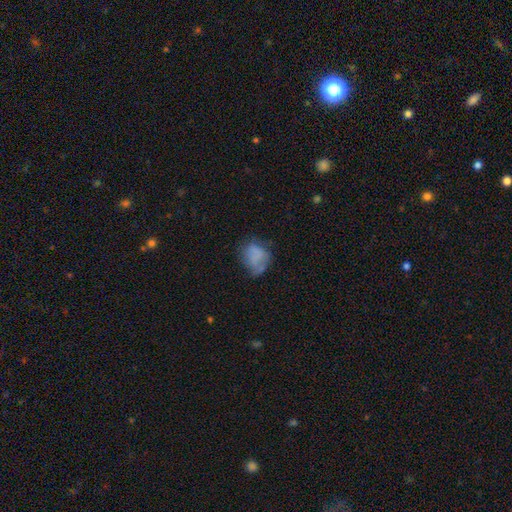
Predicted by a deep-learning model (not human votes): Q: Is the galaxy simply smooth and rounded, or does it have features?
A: smooth — 63%.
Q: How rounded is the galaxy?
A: round — 53%.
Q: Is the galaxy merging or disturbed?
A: none — 40%.